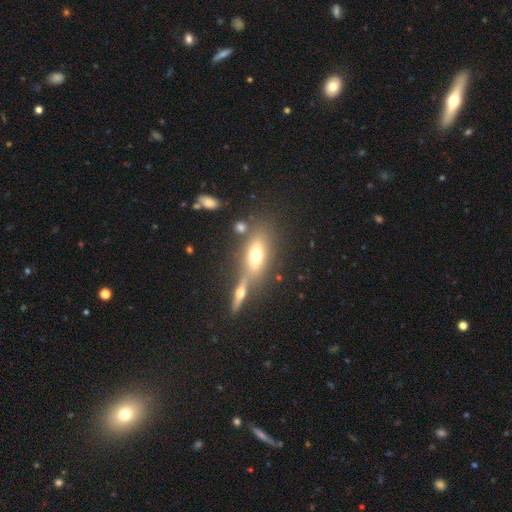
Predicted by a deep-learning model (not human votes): Morphology: type=smooth (55%); roundness=in between (71%); merging=none (55%).